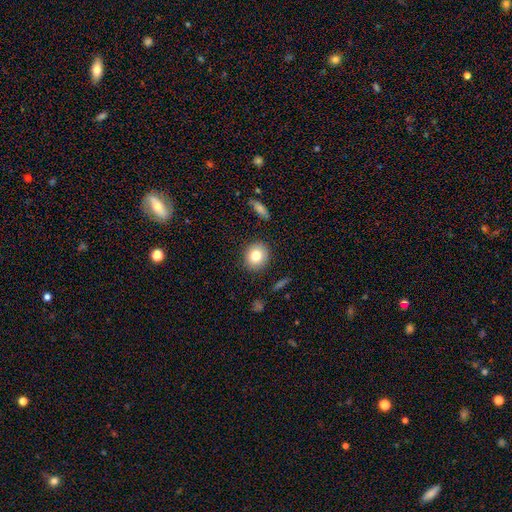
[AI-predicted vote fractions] A smooth galaxy with no disk features (79%) that is round (76%). Merging: none (89%).